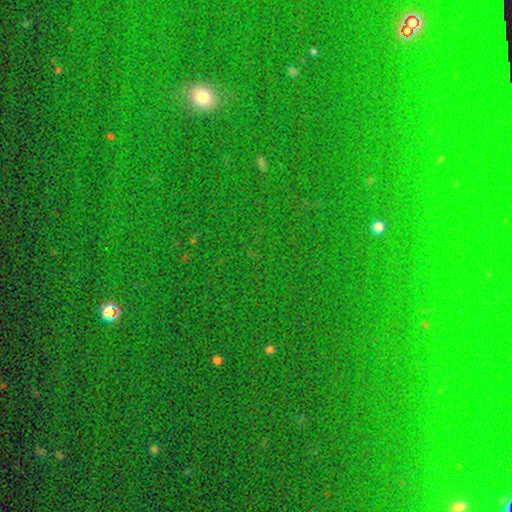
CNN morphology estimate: A star or artifact, not a galaxy (76%).

Vote fractions:
- Smooth or featured? star or artifact: 76% / smooth: 16% / featured or disk: 9%